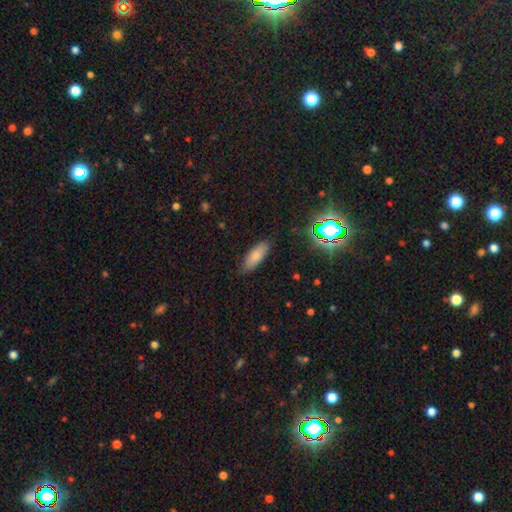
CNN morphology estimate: smooth-or-featured: smooth: 77% | featured or disk: 14% | star or artifact: 9%
  how-rounded: in between: 68% | cigar-shaped: 30% | round: 2%
  merging: none: 81% | minor disturbance: 15% | major disturbance: 2% | merger: 1%